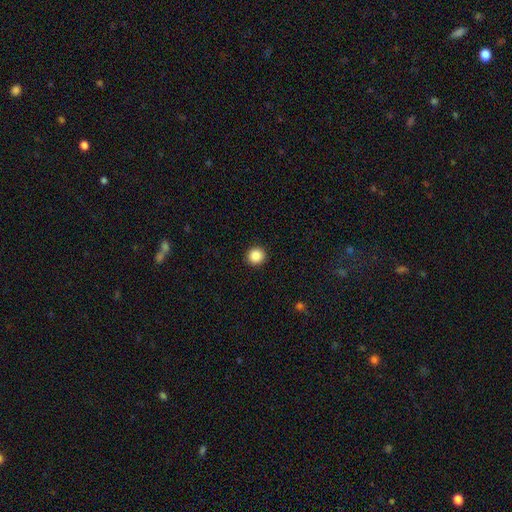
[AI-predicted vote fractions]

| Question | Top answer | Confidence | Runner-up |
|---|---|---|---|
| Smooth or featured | smooth | 88% | star or artifact (9%) |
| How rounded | round | 95% | in between (4%) |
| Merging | none | 93% | minor disturbance (4%) |